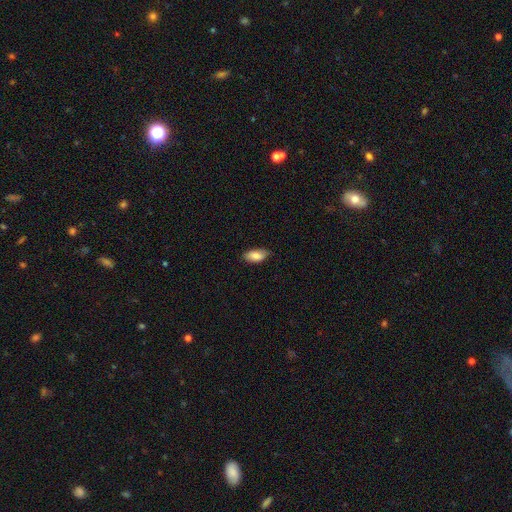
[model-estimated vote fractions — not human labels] A smooth galaxy with no disk features (85%) that is in between round and cigar-shaped (91%). Merging: none (80%).